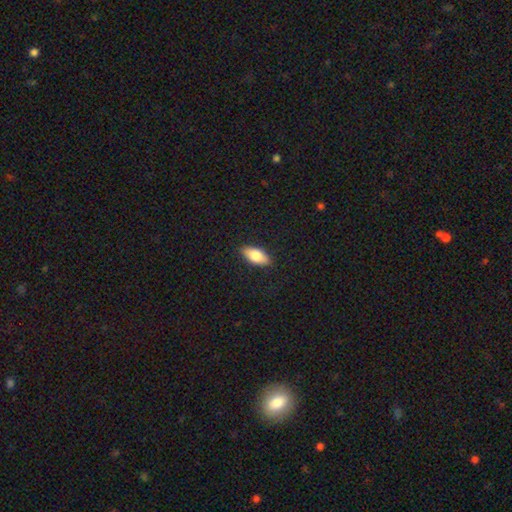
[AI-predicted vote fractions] smooth-or-featured: smooth: 76% | featured or disk: 17% | star or artifact: 6%
  how-rounded: in between: 85% | cigar-shaped: 12% | round: 3%
  merging: none: 88% | minor disturbance: 9% | major disturbance: 2% | merger: 1%